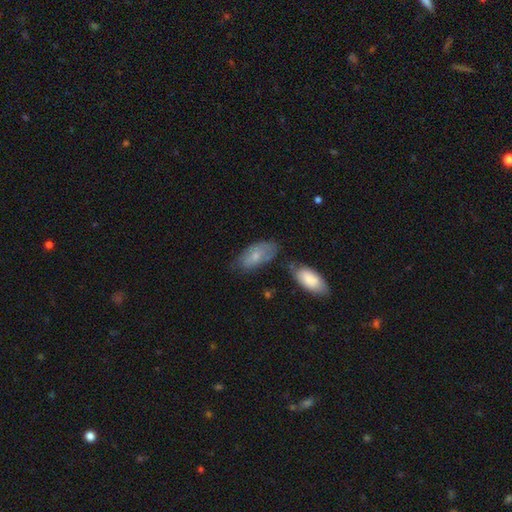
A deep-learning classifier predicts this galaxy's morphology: Q: Smooth or featured?
A: smooth (67%); runner-up: featured or disk (26%)
Q: How rounded?
A: in between (91%); runner-up: cigar-shaped (6%)
Q: Merging?
A: none (55%); runner-up: minor disturbance (27%)